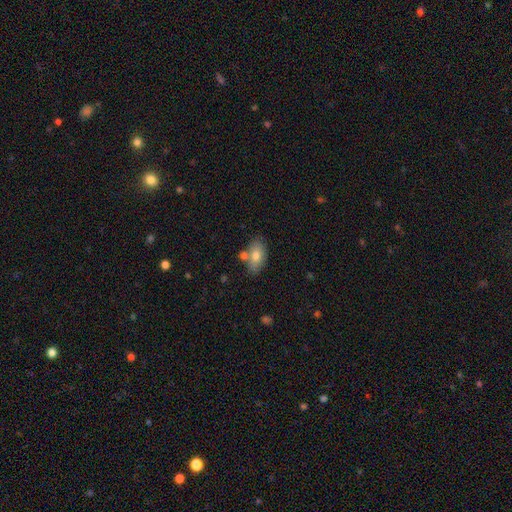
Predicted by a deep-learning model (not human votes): Smooth or featured?
  - smooth: 75% *
  - featured or disk: 18%
  - star or artifact: 7%
How rounded?
  - in between: 90% *
  - round: 6%
  - cigar-shaped: 4%
Merging?
  - none: 65% *
  - merger: 17%
  - minor disturbance: 15%
  - major disturbance: 4%